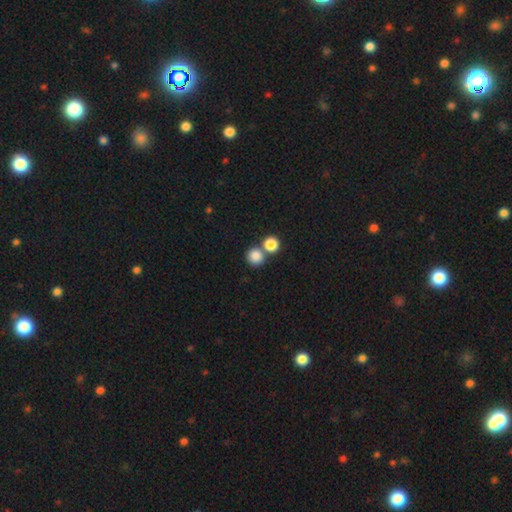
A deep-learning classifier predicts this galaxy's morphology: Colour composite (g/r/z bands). It shows a smooth galaxy with no disk features (84%) that is round (89%). Merging: none (57%).